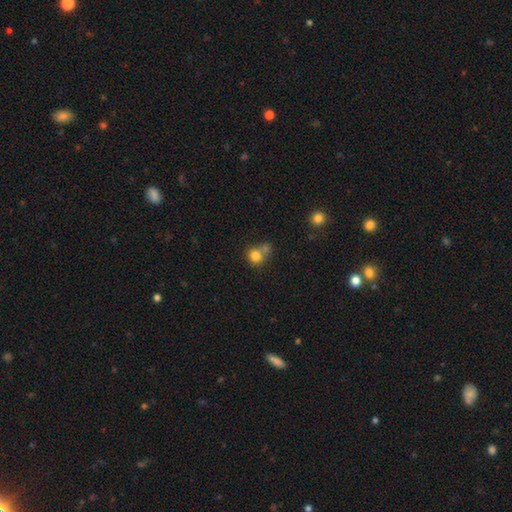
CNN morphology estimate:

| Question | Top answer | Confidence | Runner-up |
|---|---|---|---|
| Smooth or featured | smooth | 80% | star or artifact (11%) |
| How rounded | round | 84% | in between (15%) |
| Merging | none | 47% | merger (38%) |